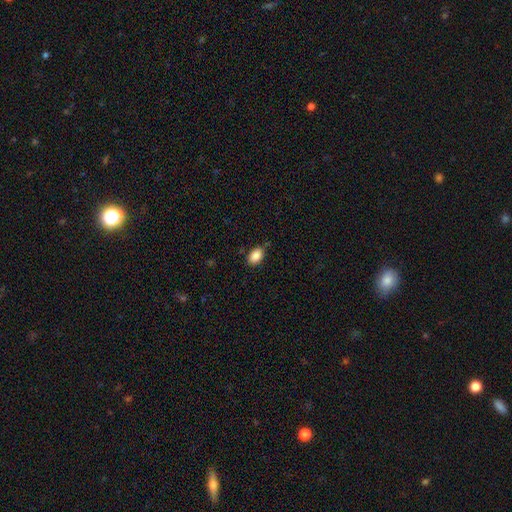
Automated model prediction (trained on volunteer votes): Overall: smooth (88%). How rounded: in between (87%). Merging: none (76%).